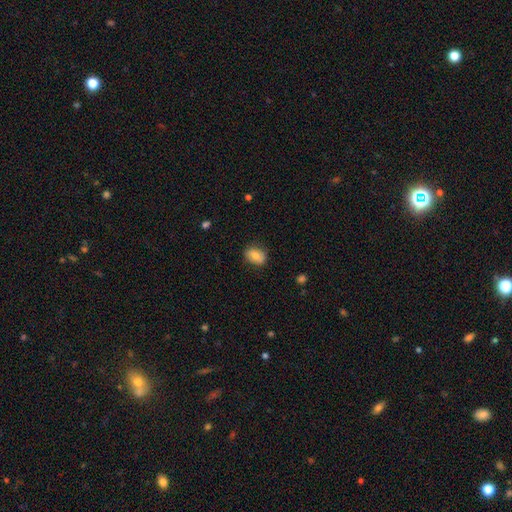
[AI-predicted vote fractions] smooth-or-featured: smooth: 77% | featured or disk: 15% | star or artifact: 8%
  how-rounded: in between: 78% | round: 20% | cigar-shaped: 2%
  merging: none: 81% | minor disturbance: 14% | major disturbance: 3% | merger: 1%